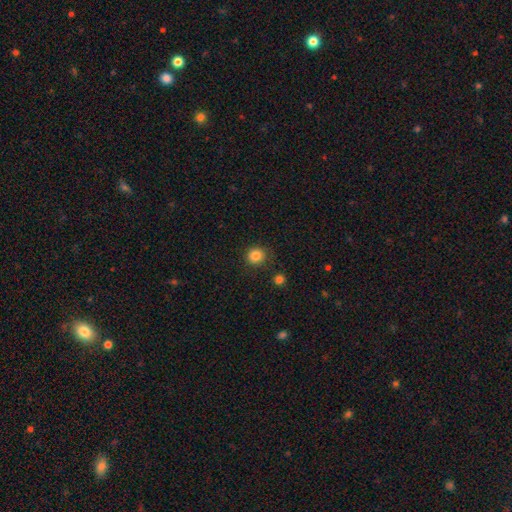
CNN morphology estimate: A smooth galaxy with no disk features (84%) that is round (91%).

Vote fractions:
- Smooth or featured? smooth: 84% / star or artifact: 11% / featured or disk: 5%
- How rounded? round: 91% / in between: 8% / cigar-shaped: 1%
- Merging? none: 85% / minor disturbance: 9% / major disturbance: 3% / merger: 3%